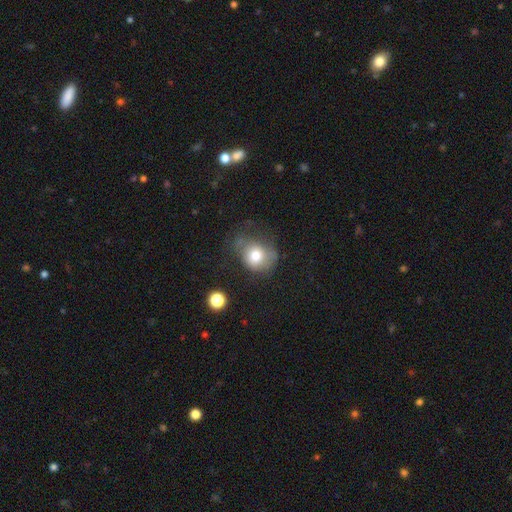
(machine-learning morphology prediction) A smooth galaxy with no disk features (73%) that is round (65%). Merging: none (43%).